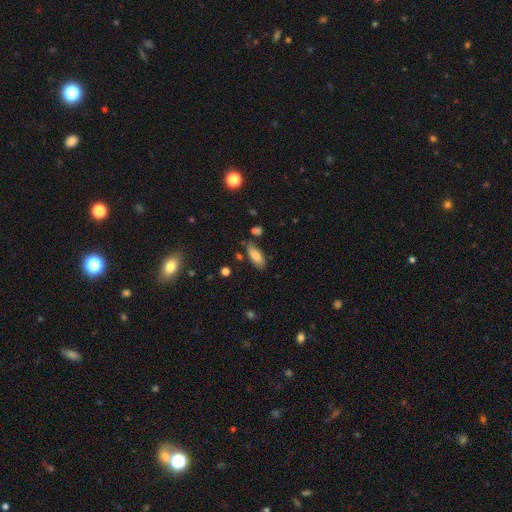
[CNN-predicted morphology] Smooth or featured? smooth (81%)
How rounded? in between (80%)
Merging? none (73%)